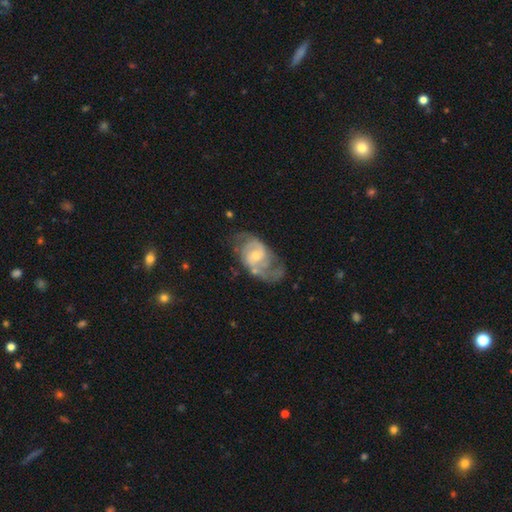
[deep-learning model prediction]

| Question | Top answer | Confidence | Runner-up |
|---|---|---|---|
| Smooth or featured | featured or disk | 82% | smooth (12%) |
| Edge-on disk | no | 97% | yes (3%) |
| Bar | no | 51% | weak (41%) |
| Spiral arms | yes | 91% | no (9%) |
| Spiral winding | medium | 48% | tight (28%) |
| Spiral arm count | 2 | 73% | can't tell (14%) |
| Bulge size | small | 51% | moderate (43%) |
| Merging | none | 53% | minor disturbance (22%) |